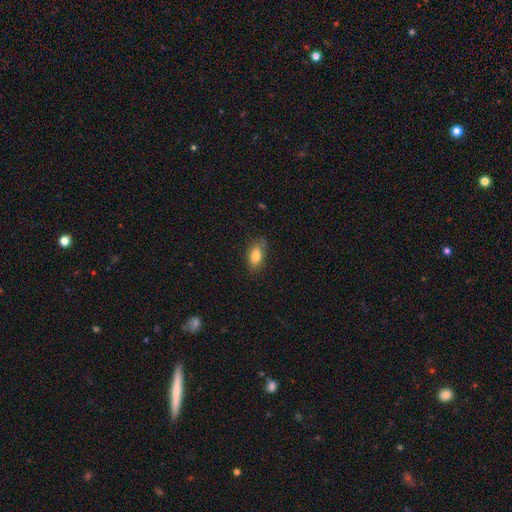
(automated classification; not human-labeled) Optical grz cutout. It shows a smooth galaxy with no disk features (82%) that is in between round and cigar-shaped (88%). Merging: none (75%).